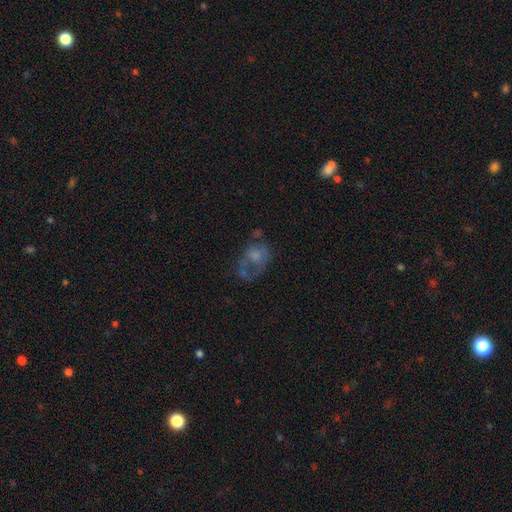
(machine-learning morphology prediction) Smooth or featured?
  - smooth: 45% *
  - featured or disk: 42%
  - star or artifact: 13%
Merging?
  - major disturbance: 41% *
  - none: 30%
  - minor disturbance: 20%
  - merger: 10%